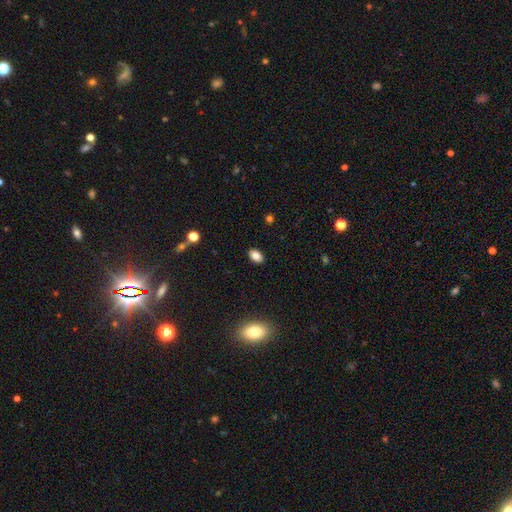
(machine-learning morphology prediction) smooth 83%, star or artifact 10%, featured or disk 8%. Down the decision tree: how rounded — in between (87%); merging — none (89%).